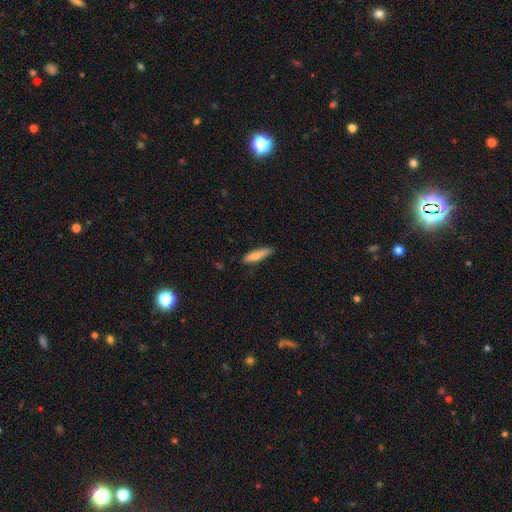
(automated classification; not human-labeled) Q: Smooth or featured?
A: smooth (77%); runner-up: featured or disk (17%)
Q: How rounded?
A: cigar-shaped (79%); runner-up: in between (19%)
Q: Merging?
A: none (81%); runner-up: minor disturbance (15%)